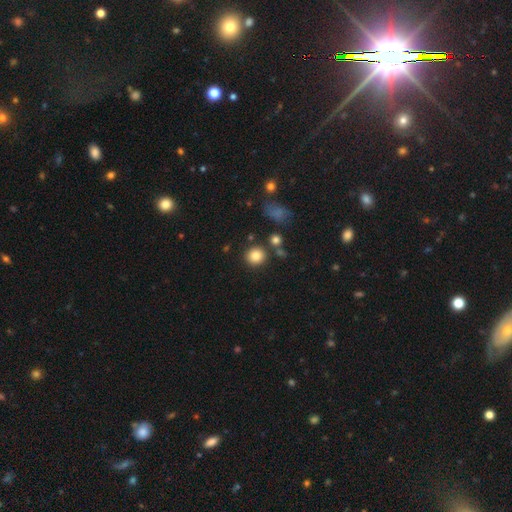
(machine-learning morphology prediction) Smooth or featured? Predicted: smooth (p=0.83). How rounded? Predicted: round (p=0.89). Merging? Predicted: none (p=0.83).